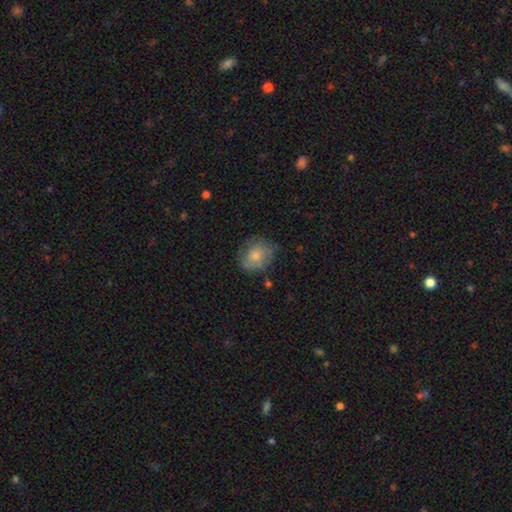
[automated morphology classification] smooth_or_featured: smooth (p=0.67) [alt: featured or disk p=0.24]
how_rounded: round (p=0.63) [alt: in between p=0.36]
merging: none (p=0.70) [alt: minor disturbance p=0.23]